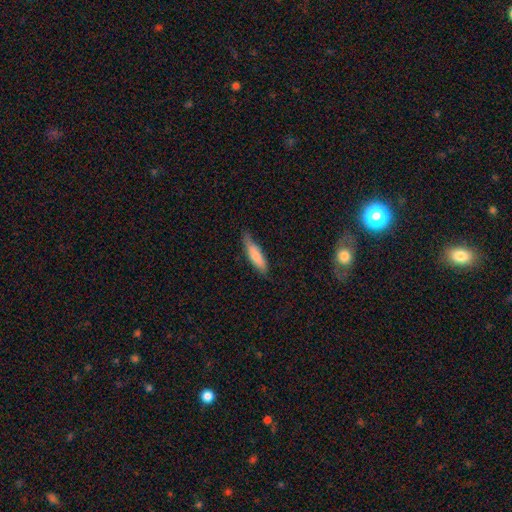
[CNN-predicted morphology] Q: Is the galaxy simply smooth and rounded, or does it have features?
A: smooth — 78%.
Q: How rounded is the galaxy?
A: cigar-shaped — 65%.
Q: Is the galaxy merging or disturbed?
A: none — 69%.